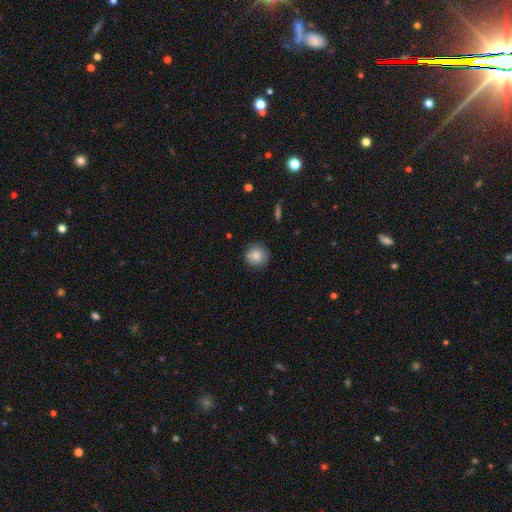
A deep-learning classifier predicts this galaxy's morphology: smooth-or-featured: smooth: 84% | star or artifact: 8% | featured or disk: 8%
  how-rounded: round: 91% | in between: 8% | cigar-shaped: 1%
  merging: none: 86% | minor disturbance: 11% | major disturbance: 2% | merger: 1%